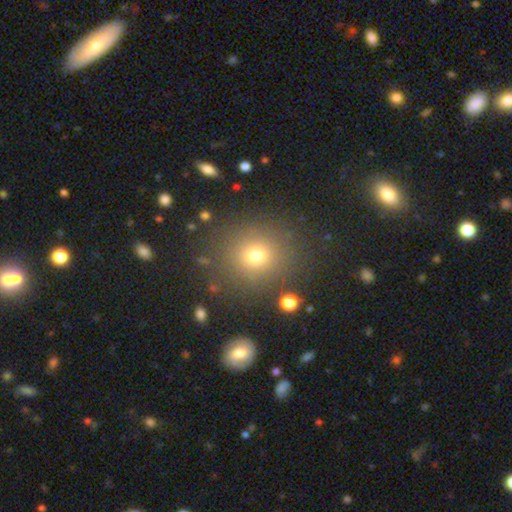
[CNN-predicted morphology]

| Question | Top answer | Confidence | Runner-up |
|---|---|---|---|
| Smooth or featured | smooth | 71% | star or artifact (20%) |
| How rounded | round | 87% | in between (12%) |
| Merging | none | 85% | minor disturbance (8%) |